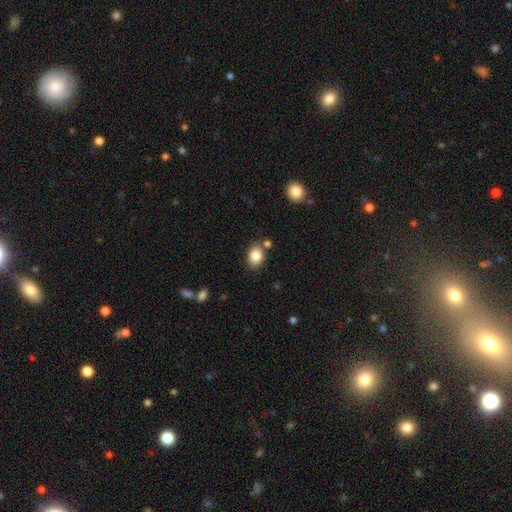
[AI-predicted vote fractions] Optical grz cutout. It shows a smooth galaxy with no disk features (84%) that is in between round and cigar-shaped (74%). Merging: none (78%).